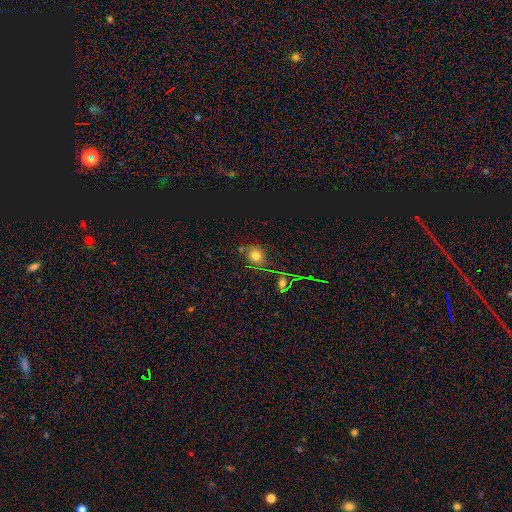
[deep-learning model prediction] A smooth galaxy with no disk features (68%) that is round (75%).

Vote fractions:
- Smooth or featured? smooth: 68% / star or artifact: 23% / featured or disk: 9%
- How rounded? round: 75% / in between: 23% / cigar-shaped: 1%
- Merging? none: 72% / minor disturbance: 14% / merger: 9% / major disturbance: 5%